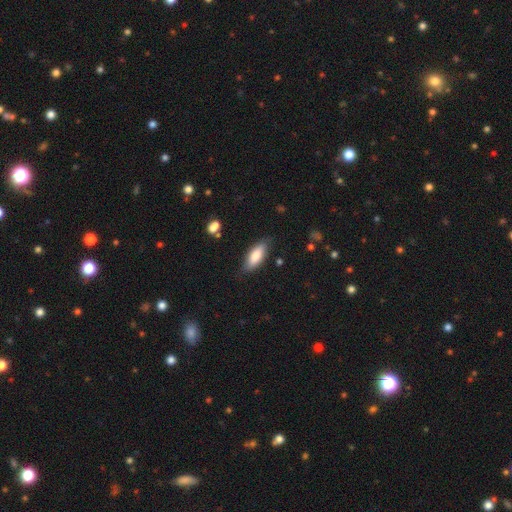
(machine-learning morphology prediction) Overall: smooth (78%). How rounded: in between (72%). Merging: none (79%).